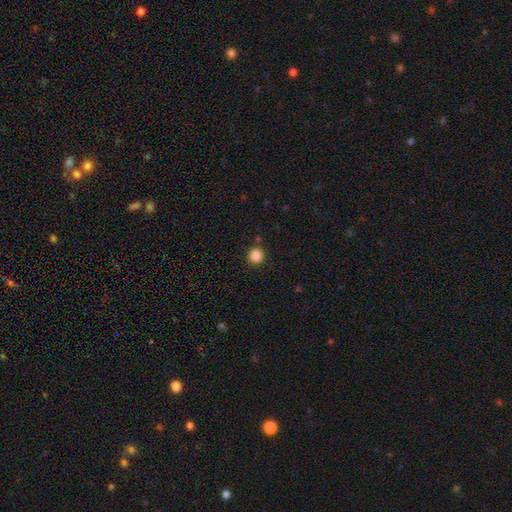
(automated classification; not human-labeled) Q: Smooth or featured?
A: smooth (85%); runner-up: star or artifact (11%)
Q: How rounded?
A: round (93%); runner-up: in between (6%)
Q: Merging?
A: none (89%); runner-up: minor disturbance (6%)